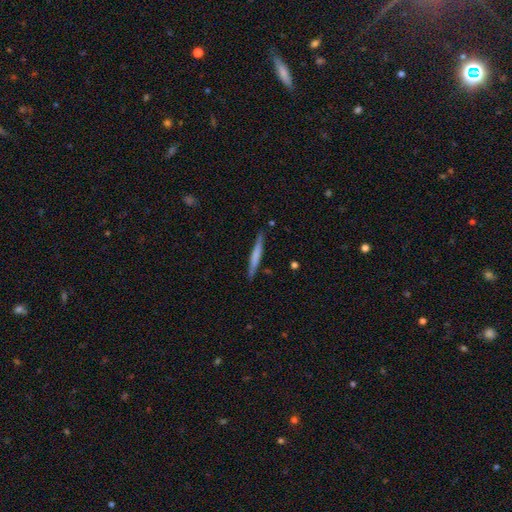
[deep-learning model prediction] Overall: smooth (55%; featured or disk 39%). How rounded: cigar-shaped (96%). Merging: none (88%).